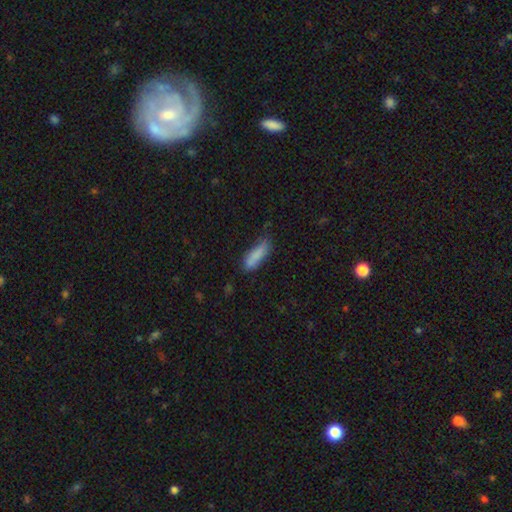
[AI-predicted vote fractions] Q: Smooth or featured?
A: smooth (83%); runner-up: featured or disk (9%)
Q: How rounded?
A: cigar-shaped (53%); runner-up: in between (46%)
Q: Merging?
A: none (62%); runner-up: minor disturbance (28%)